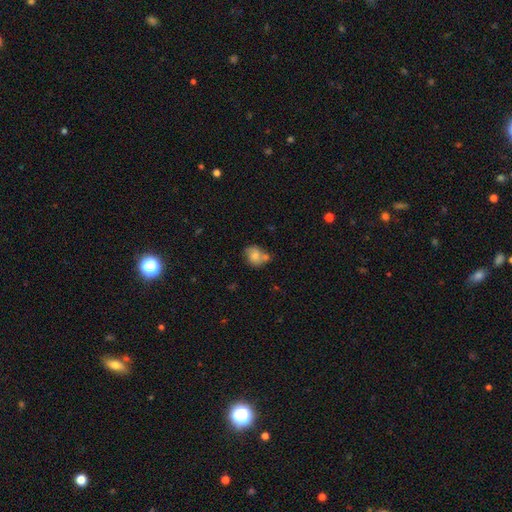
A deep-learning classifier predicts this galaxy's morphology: Smooth or featured?
  - smooth: 68% *
  - featured or disk: 22%
  - star or artifact: 9%
How rounded?
  - round: 60% *
  - in between: 39%
  - cigar-shaped: 1%
Merging?
  - none: 42% *
  - merger: 32%
  - minor disturbance: 19%
  - major disturbance: 6%